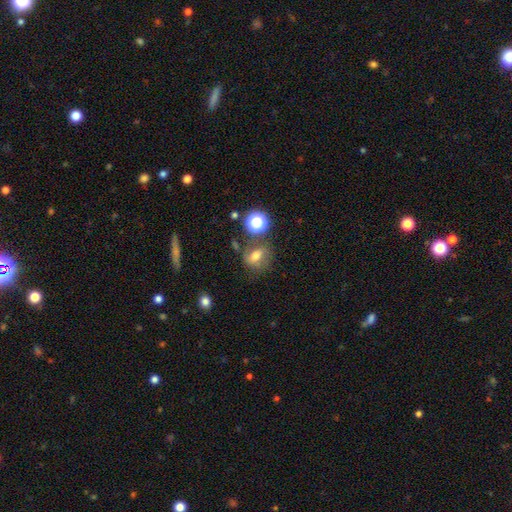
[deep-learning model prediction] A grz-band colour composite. It shows a smooth galaxy with no disk features (57%) that is in between round and cigar-shaped (49%). Merging: none (60%).